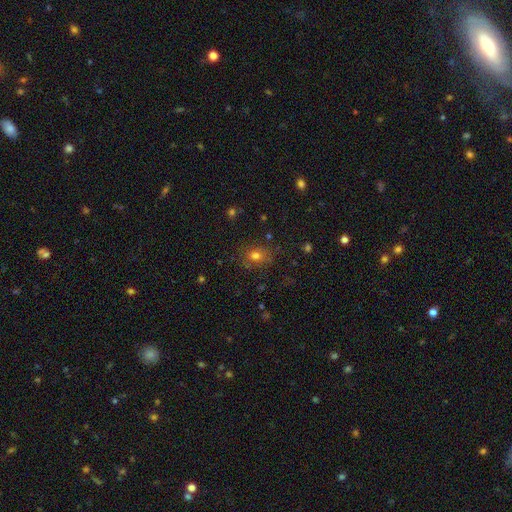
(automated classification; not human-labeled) The model was most divided on "how rounded": round: 56%, in between: 43%, cigar-shaped: 1%. More confident: merging — none (79%); smooth or featured — smooth (73%).